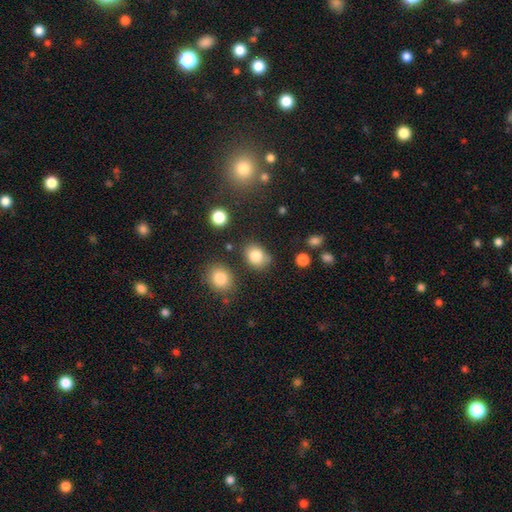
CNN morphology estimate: smooth_or_featured: smooth (p=0.82) [alt: star or artifact p=0.10]
how_rounded: in between (p=0.59) [alt: round p=0.40]
merging: none (p=0.70) [alt: minor disturbance p=0.18]